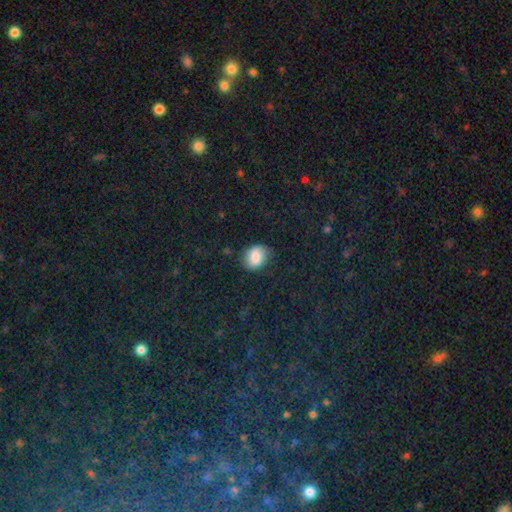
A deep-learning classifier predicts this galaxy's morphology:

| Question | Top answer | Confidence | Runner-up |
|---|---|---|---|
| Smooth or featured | smooth | 80% | star or artifact (11%) |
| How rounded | in between | 58% | round (40%) |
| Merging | none | 72% | minor disturbance (19%) |